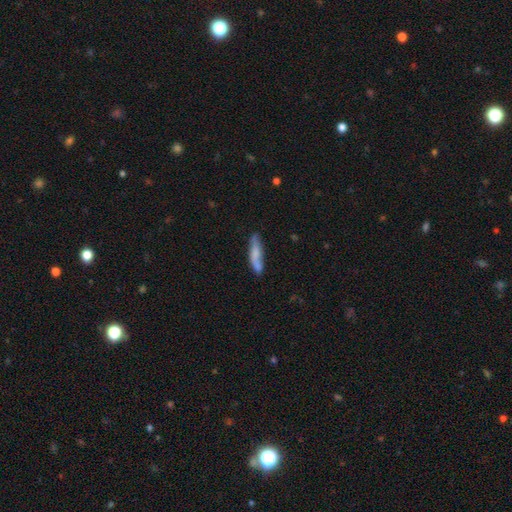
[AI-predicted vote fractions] A smooth galaxy with no disk features (65%) that is cigar-shaped (76%). Merging: none (69%).